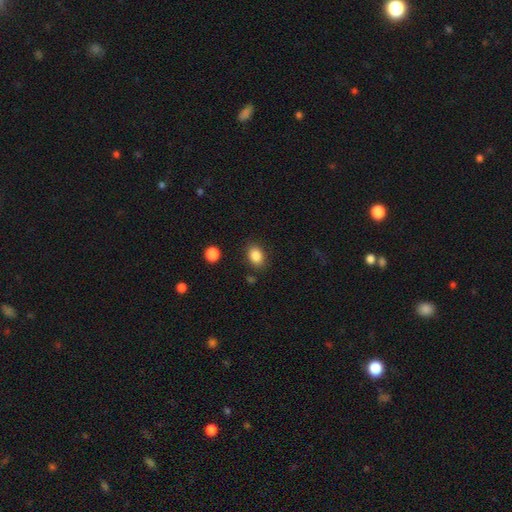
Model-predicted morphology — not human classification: A smooth galaxy with no disk features (86%) that is in between round and cigar-shaped (70%).

Vote fractions:
- Smooth or featured? smooth: 86% / star or artifact: 9% / featured or disk: 4%
- How rounded? in between: 70% / round: 29% / cigar-shaped: 1%
- Merging? none: 83% / minor disturbance: 11% / major disturbance: 3% / merger: 3%